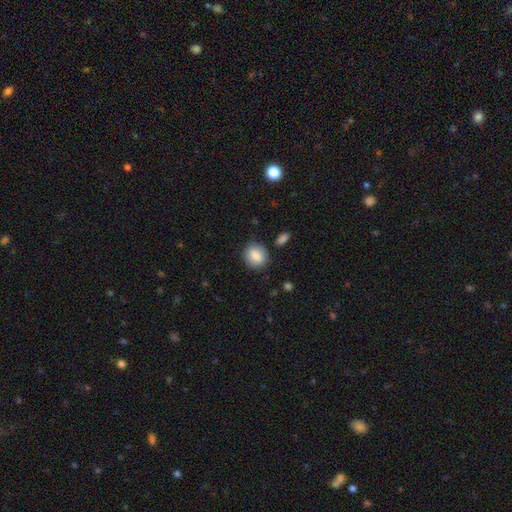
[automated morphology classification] smooth-or-featured: smooth: 85% | star or artifact: 8% | featured or disk: 7%
  how-rounded: round: 65% | in between: 34% | cigar-shaped: 1%
  merging: none: 81% | minor disturbance: 13% | major disturbance: 3% | merger: 3%